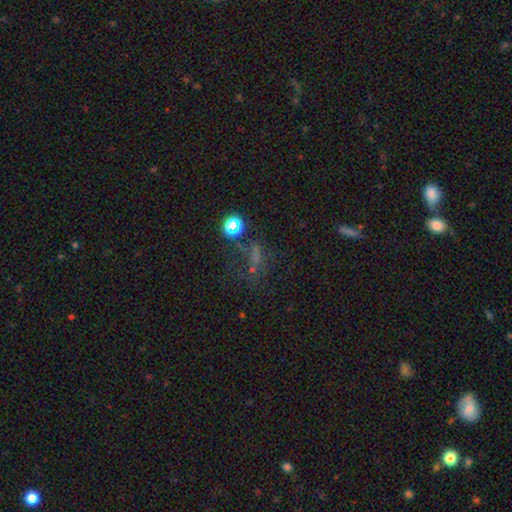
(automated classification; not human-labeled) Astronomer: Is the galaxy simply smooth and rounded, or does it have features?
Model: star or artifact — 45% (runner-up: smooth, 38%).